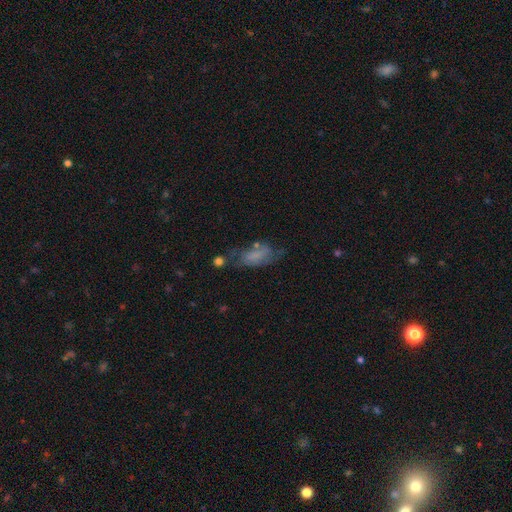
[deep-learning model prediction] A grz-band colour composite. It shows a smooth galaxy with no disk features (52%) that is in between round and cigar-shaped (78%). Merging: none (43%).